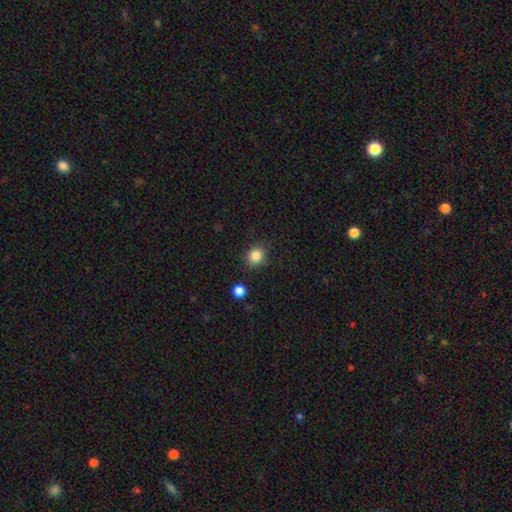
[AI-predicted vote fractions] Smooth or featured: smooth — 84% (star or artifact — 11%)
How rounded: round — 72% (in between — 27%)
Merging: none — 82% (minor disturbance — 12%)